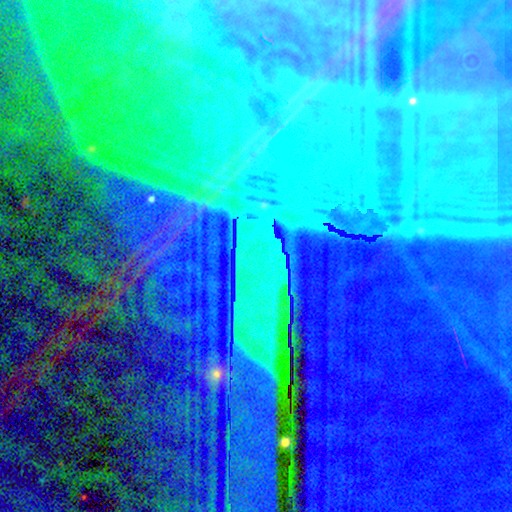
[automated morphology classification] Smooth or featured: star or artifact — 88% (featured or disk — 6%)